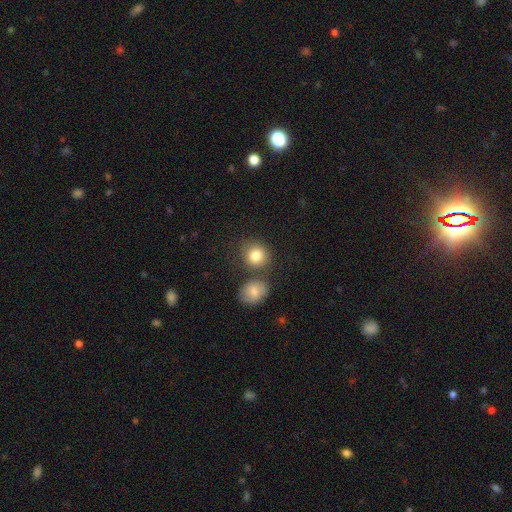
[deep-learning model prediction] smooth-or-featured: smooth: 84% | star or artifact: 9% | featured or disk: 7%
  how-rounded: round: 82% | in between: 17% | cigar-shaped: 1%
  merging: none: 69% | merger: 18% | minor disturbance: 10% | major disturbance: 4%